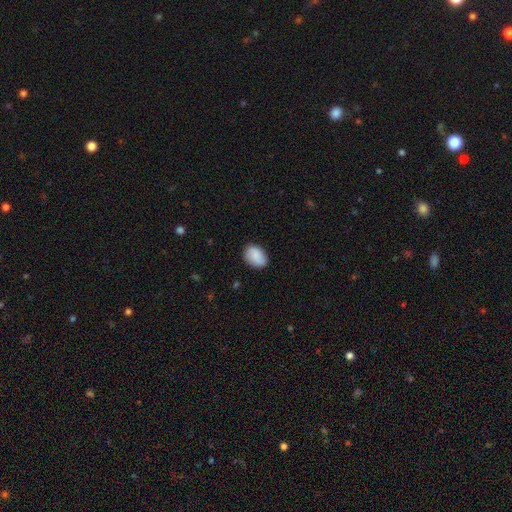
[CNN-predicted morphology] smooth 87%, star or artifact 6%, featured or disk 6%. Down the decision tree: how rounded — in between (81%); merging — none (83%).